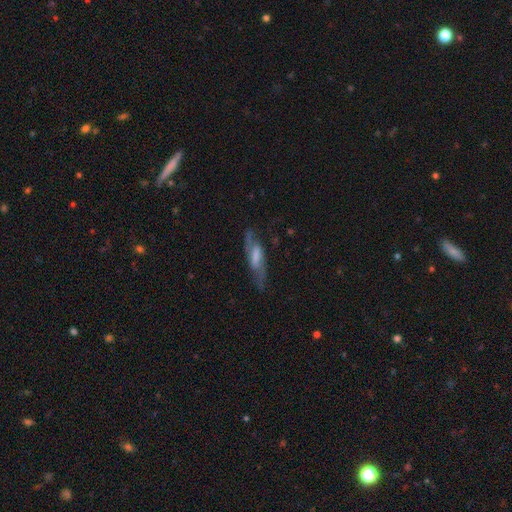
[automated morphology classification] This appears to be a featured or disk galaxy (70%) with a weak bar (43%), spiral arms (85%) and a moderate central bulge (29%). Merging: none (69%).